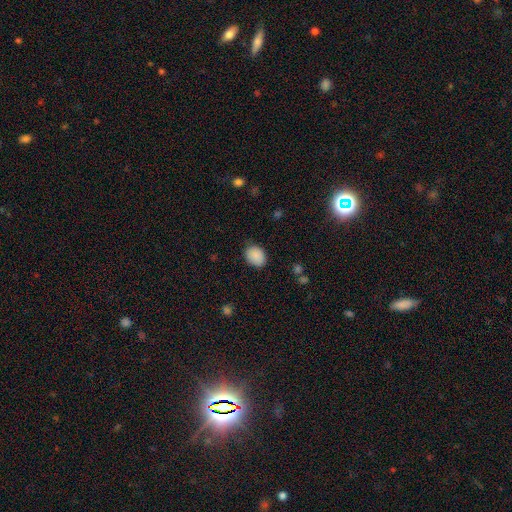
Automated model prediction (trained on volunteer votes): A smooth galaxy with no disk features (89%) that is in between round and cigar-shaped (59%).

Vote fractions:
- Smooth or featured? smooth: 89% / star or artifact: 8% / featured or disk: 3%
- How rounded? in between: 59% / round: 40% / cigar-shaped: 1%
- Merging? none: 82% / minor disturbance: 14% / major disturbance: 3% / merger: 1%